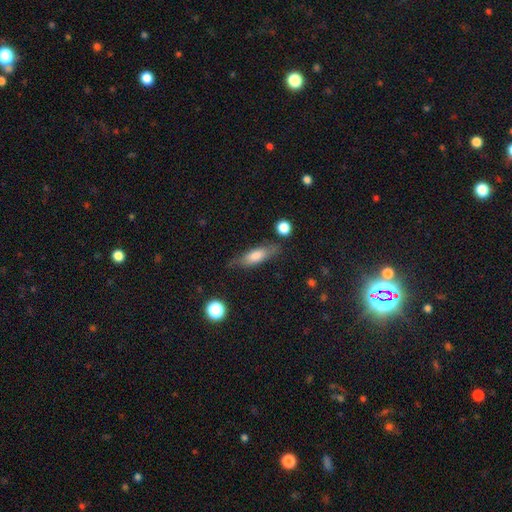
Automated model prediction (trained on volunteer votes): Q: Smooth or featured?
A: smooth (65%); runner-up: featured or disk (27%)
Q: How rounded?
A: in between (53%); runner-up: cigar-shaped (44%)
Q: Merging?
A: none (72%); runner-up: minor disturbance (19%)